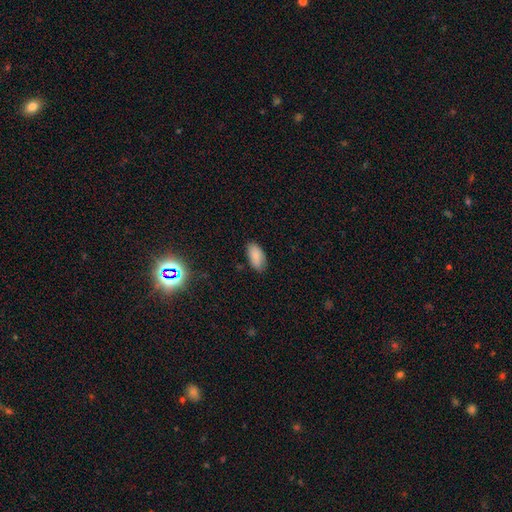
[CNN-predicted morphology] smooth_or_featured: smooth (p=0.86) [alt: star or artifact p=0.08]
how_rounded: in between (p=0.93) [alt: cigar-shaped p=0.04]
merging: none (p=0.82) [alt: minor disturbance p=0.14]